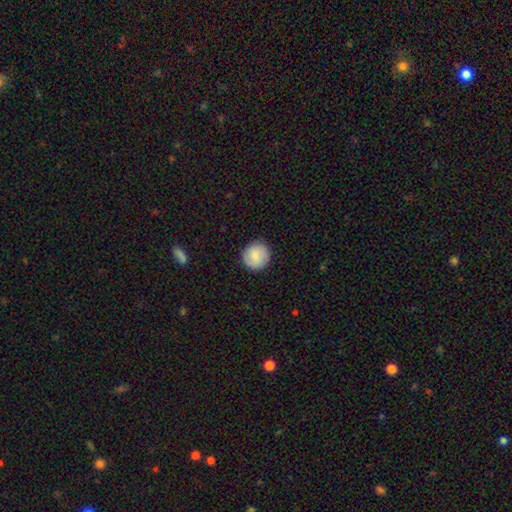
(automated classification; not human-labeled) Morphology: type=smooth (77%); roundness=round (93%); merging=none (89%).